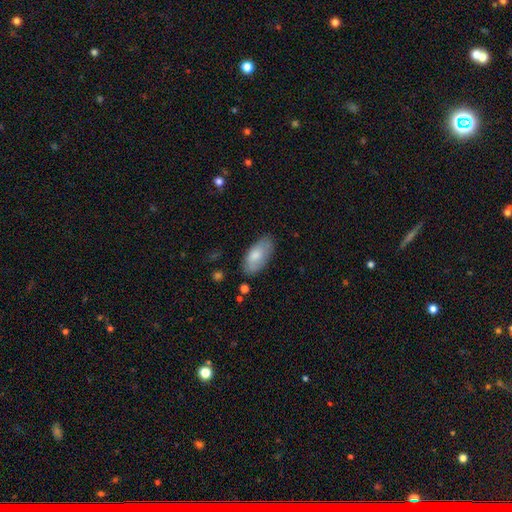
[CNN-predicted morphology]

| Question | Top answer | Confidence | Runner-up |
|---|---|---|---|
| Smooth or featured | smooth | 78% | featured or disk (16%) |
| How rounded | in between | 92% | cigar-shaped (6%) |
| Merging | none | 76% | minor disturbance (18%) |